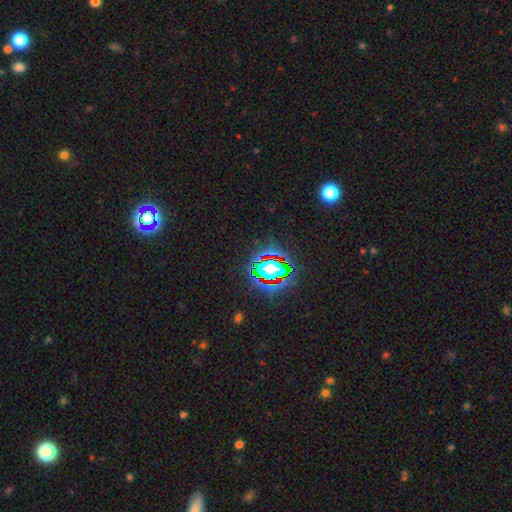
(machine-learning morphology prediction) Smooth or featured? Predicted: star or artifact (p=0.81).